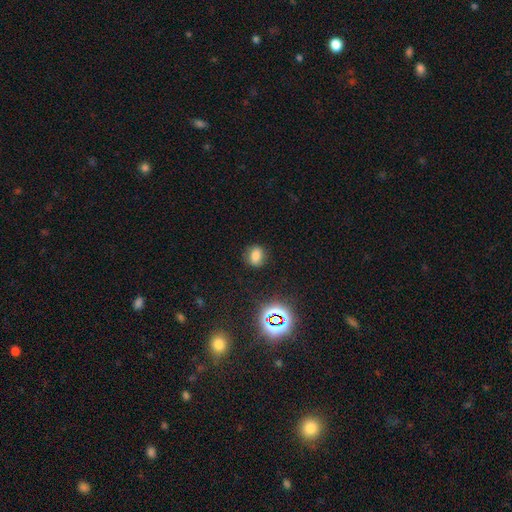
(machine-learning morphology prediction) type=smooth (72%); roundness=in between (55%); merging=none (81%).